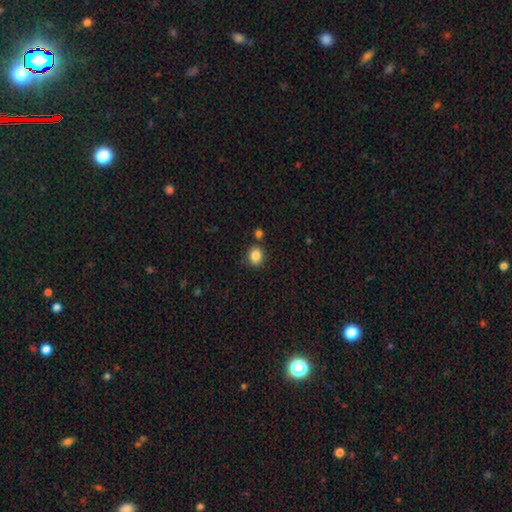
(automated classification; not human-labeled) Smooth or featured? Predicted: smooth (p=0.86). How rounded? Predicted: round (p=0.67). Merging? Predicted: none (p=0.80).